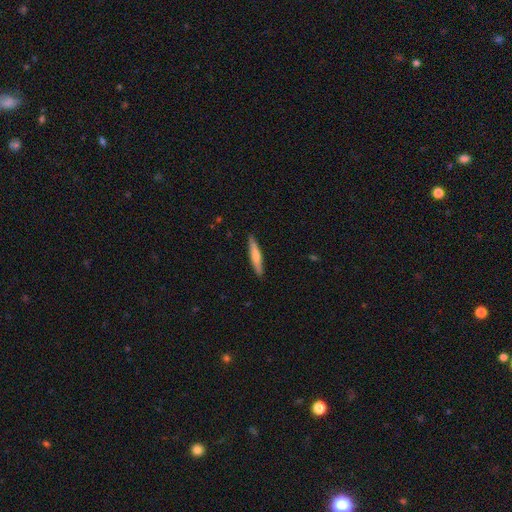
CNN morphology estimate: Smooth or featured? Predicted: smooth (p=0.61). How rounded? Predicted: cigar-shaped (p=0.92). Merging? Predicted: none (p=0.90).